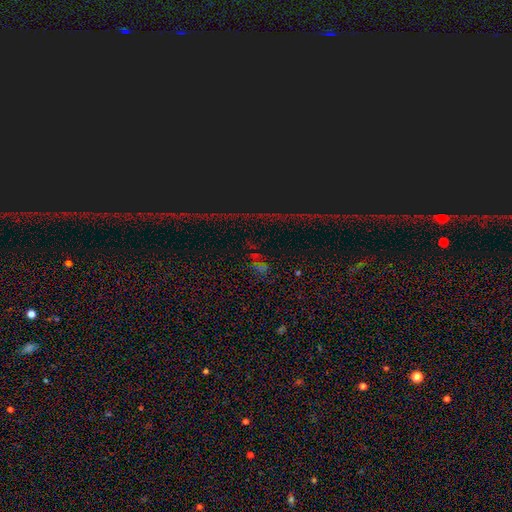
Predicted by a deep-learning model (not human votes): Overall: star or artifact (69%).